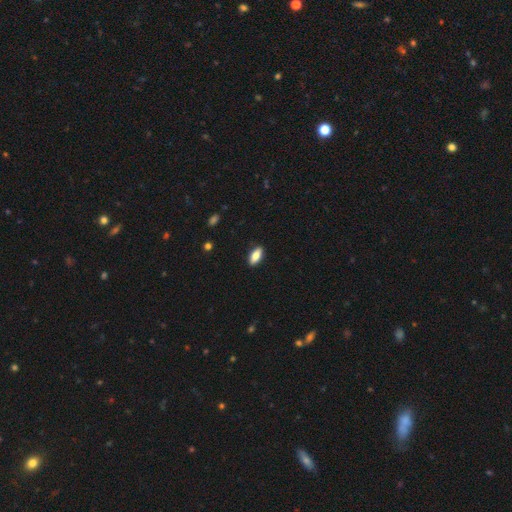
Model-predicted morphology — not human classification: The model was most divided on "smooth or featured": smooth: 77%, featured or disk: 16%, star or artifact: 7%. More confident: merging — none (89%); how rounded — in between (80%).